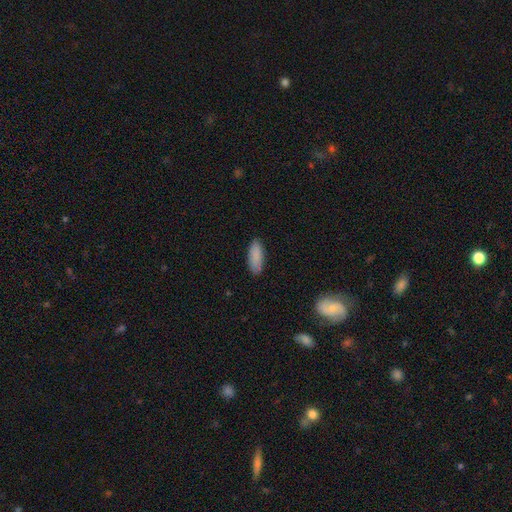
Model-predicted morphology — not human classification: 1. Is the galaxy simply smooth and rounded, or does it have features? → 88% smooth, 6% star or artifact, 6% featured or disk.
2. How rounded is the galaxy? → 76% in between, 22% cigar-shaped, 2% round.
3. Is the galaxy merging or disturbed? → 84% none, 12% minor disturbance, 2% major disturbance, 1% merger.